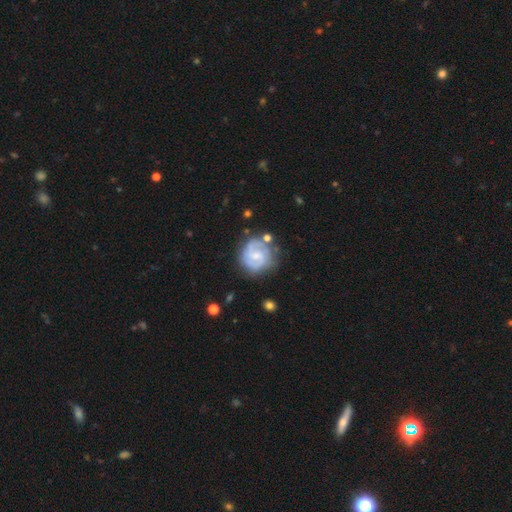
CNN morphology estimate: type=featured or disk (77%); edge-on=no (98%); bar=weak (49%); spiral arms=yes (93%); winding=tight (48%); arm count=2 (65%); bulge=small (57%); merging=none (70%).